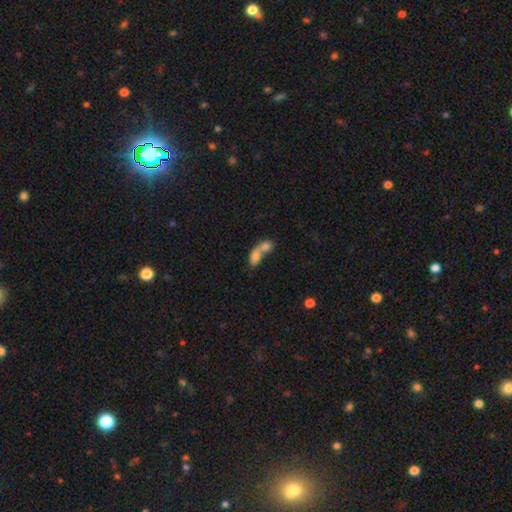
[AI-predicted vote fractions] smooth-or-featured: smooth: 77% | featured or disk: 15% | star or artifact: 8%
  how-rounded: in between: 81% | round: 15% | cigar-shaped: 5%
  merging: merger: 80% | none: 13% | minor disturbance: 4% | major disturbance: 4%